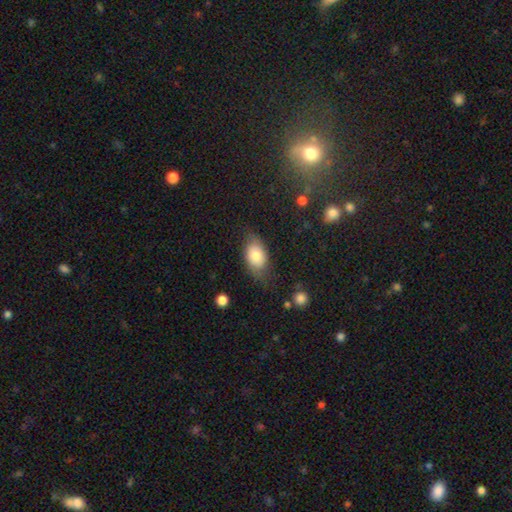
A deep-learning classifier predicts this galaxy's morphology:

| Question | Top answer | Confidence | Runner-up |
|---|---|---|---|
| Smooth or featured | smooth | 70% | featured or disk (22%) |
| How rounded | in between | 85% | round (13%) |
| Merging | none | 63% | minor disturbance (25%) |